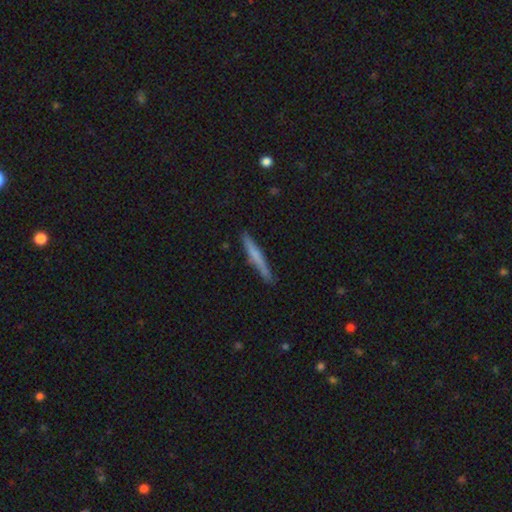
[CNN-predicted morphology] smooth-or-featured: smooth: 59% | featured or disk: 35% | star or artifact: 6%
  how-rounded: cigar-shaped: 96% | in between: 3% | round: 1%
  merging: none: 87% | minor disturbance: 10% | major disturbance: 2% | merger: 1%